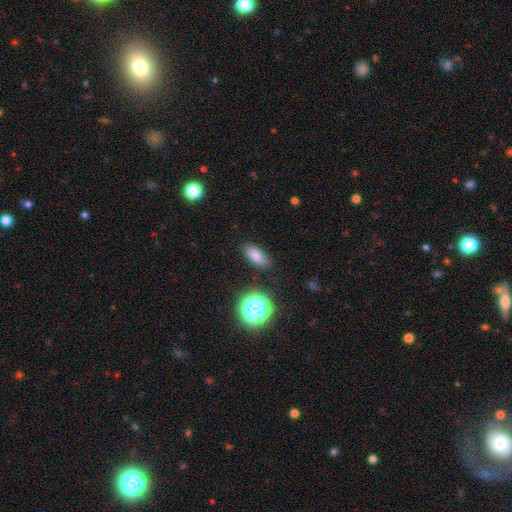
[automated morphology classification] smooth_or_featured: smooth (p=0.78) [alt: star or artifact p=0.14]
how_rounded: in between (p=0.80) [alt: cigar-shaped p=0.13]
merging: none (p=0.85) [alt: minor disturbance p=0.10]